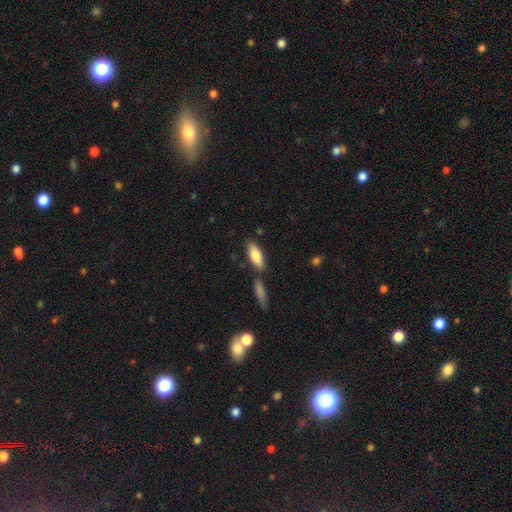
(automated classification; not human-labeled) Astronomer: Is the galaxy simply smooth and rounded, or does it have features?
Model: smooth — 80%.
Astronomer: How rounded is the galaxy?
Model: in between — 67%.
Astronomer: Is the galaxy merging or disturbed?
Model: none — 72%.